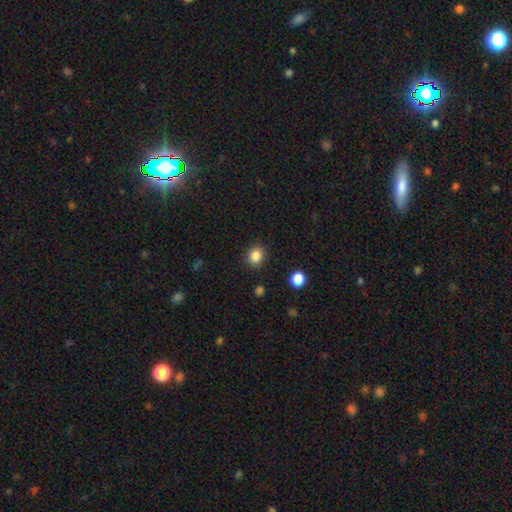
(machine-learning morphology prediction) Smooth or featured?
  - smooth: 85% *
  - star or artifact: 11%
  - featured or disk: 4%
How rounded?
  - round: 68% *
  - in between: 31%
  - cigar-shaped: 1%
Merging?
  - none: 88% *
  - minor disturbance: 8%
  - major disturbance: 3%
  - merger: 2%